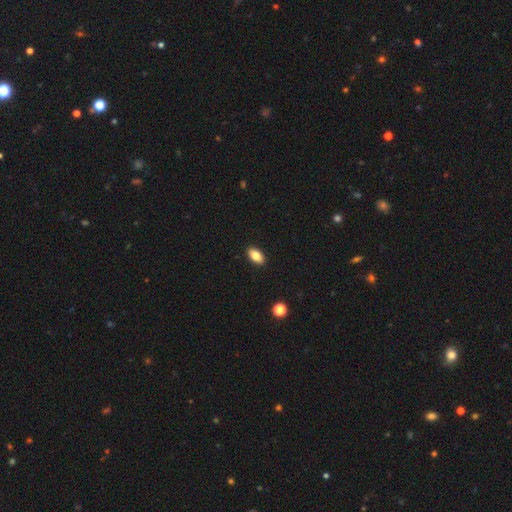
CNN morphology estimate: This appears to be a smooth galaxy with no disk features (82%) that is in between round and cigar-shaped (91%). Merging: none (90%).